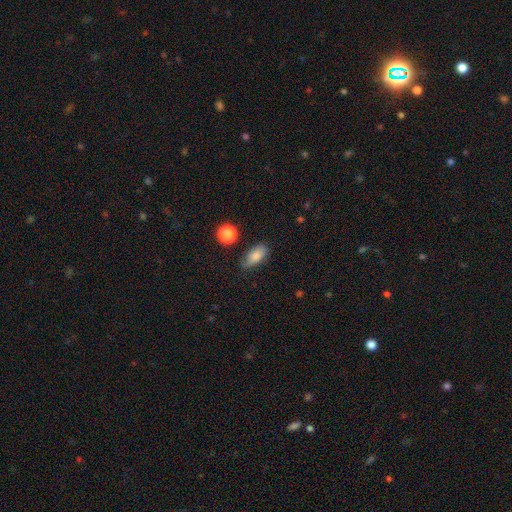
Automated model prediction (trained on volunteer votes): Smooth or featured? Predicted: smooth (p=0.80). How rounded? Predicted: in between (p=0.85). Merging? Predicted: none (p=0.70).